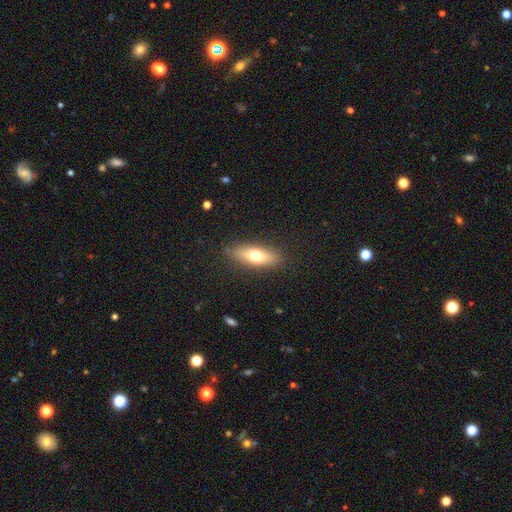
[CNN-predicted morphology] Overall: smooth (65%; featured or disk 28%). How rounded: in between (60%; cigar-shaped 37%). Merging: none (87%).